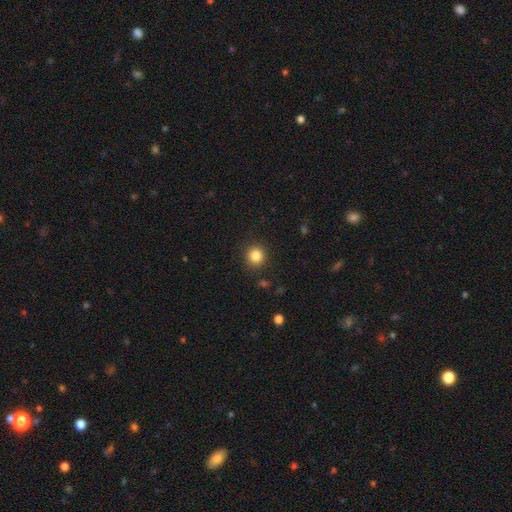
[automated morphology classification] This appears to be a smooth galaxy with no disk features (84%) that is round (93%). Merging: none (90%).